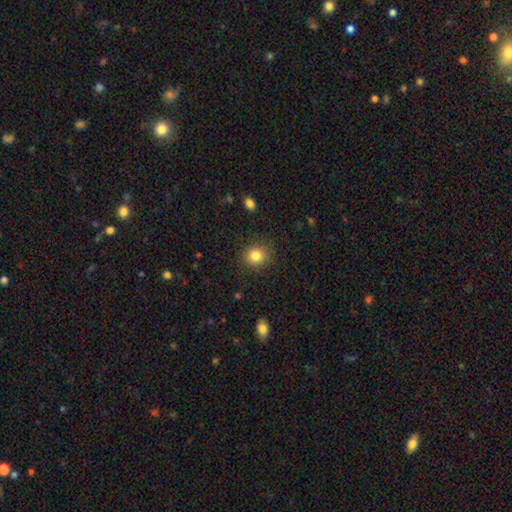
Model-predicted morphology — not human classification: A smooth galaxy with no disk features (82%) that is round (78%).

Vote fractions:
- Smooth or featured? smooth: 82% / star or artifact: 11% / featured or disk: 6%
- How rounded? round: 78% / in between: 21% / cigar-shaped: 1%
- Merging? none: 88% / minor disturbance: 8% / major disturbance: 3% / merger: 1%